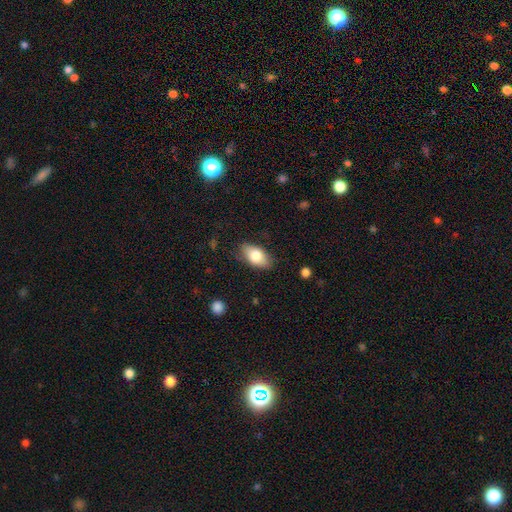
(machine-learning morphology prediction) smooth 77%, featured or disk 16%, star or artifact 7%. Down the decision tree: how rounded — in between (90%); merging — none (80%).